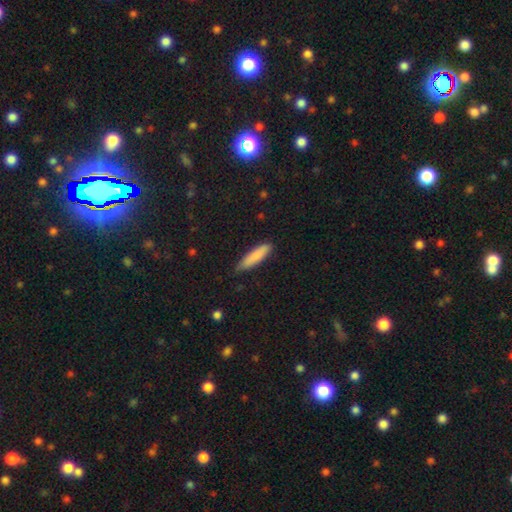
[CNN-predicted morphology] smooth_or_featured: smooth (p=0.84) [alt: featured or disk p=0.10]
how_rounded: cigar-shaped (p=0.74) [alt: in between p=0.25]
merging: none (p=0.77) [alt: minor disturbance p=0.19]